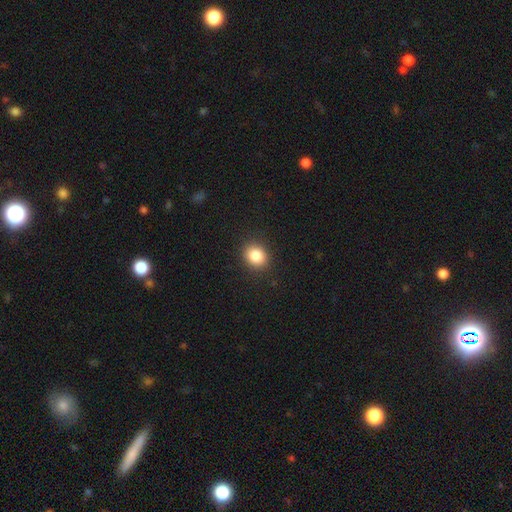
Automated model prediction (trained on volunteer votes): A smooth galaxy with no disk features (86%) that is round (66%).

Vote fractions:
- Smooth or featured? smooth: 86% / star or artifact: 10% / featured or disk: 5%
- How rounded? round: 66% / in between: 33% / cigar-shaped: 1%
- Merging? none: 90% / minor disturbance: 7% / major disturbance: 2% / merger: 1%